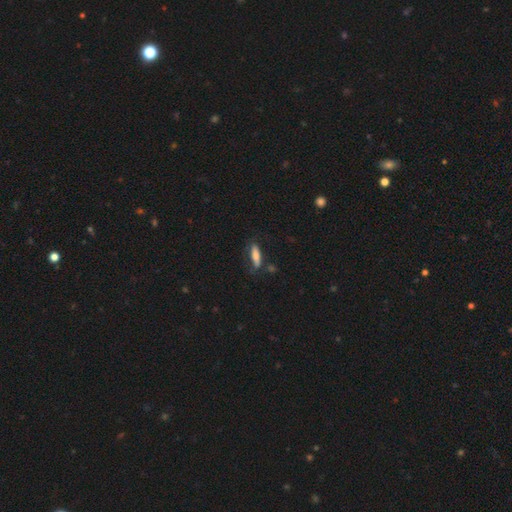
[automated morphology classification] Smooth or featured?
  - smooth: 72% *
  - featured or disk: 21%
  - star or artifact: 7%
How rounded?
  - cigar-shaped: 61% *
  - in between: 37%
  - round: 2%
Merging?
  - none: 65% *
  - minor disturbance: 22%
  - major disturbance: 8%
  - merger: 4%